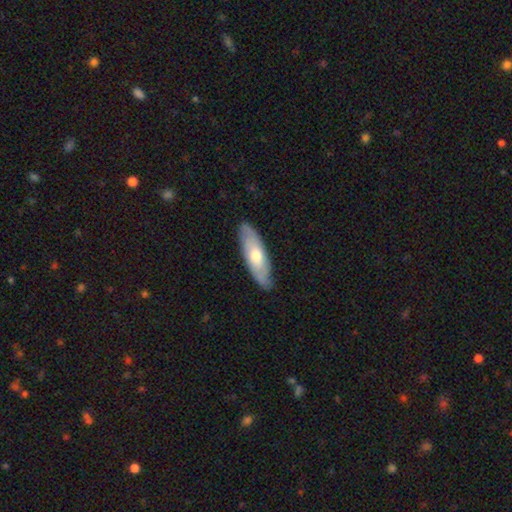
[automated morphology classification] type=smooth (53%); roundness=in between (54%); merging=none (85%).